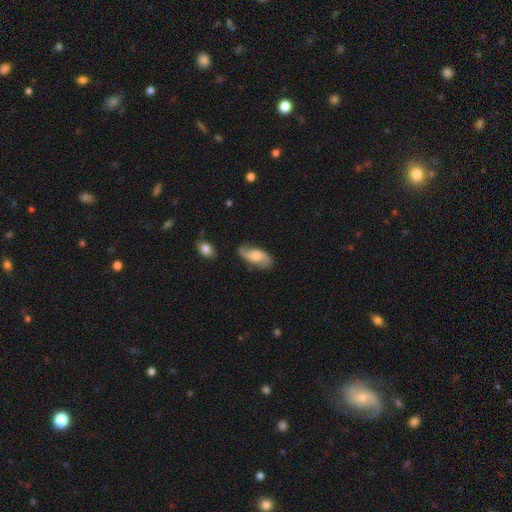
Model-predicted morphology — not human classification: Smooth or featured? Predicted: featured or disk (p=0.65). Edge-on disk? Predicted: no (p=0.93). Bar? Predicted: no (p=0.60). Spiral arms? Predicted: yes (p=0.93). Spiral winding? Predicted: loose (p=0.54). Spiral arm count? Predicted: 2 (p=0.88). Bulge size? Predicted: moderate (p=0.34). Merging? Predicted: none (p=0.70).